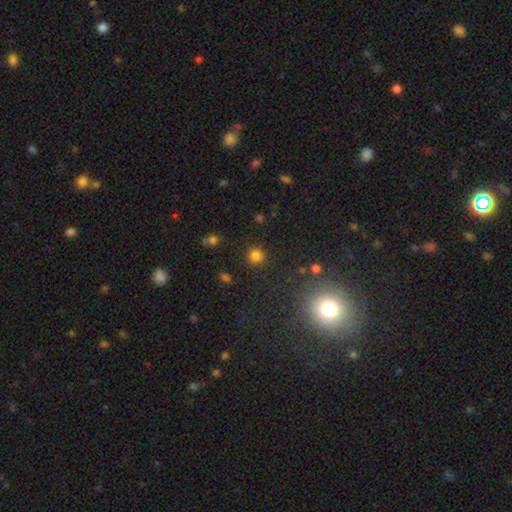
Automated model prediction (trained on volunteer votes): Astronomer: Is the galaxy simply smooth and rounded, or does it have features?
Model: smooth — 80%.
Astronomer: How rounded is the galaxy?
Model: round — 93%.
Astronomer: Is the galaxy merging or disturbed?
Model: none — 89%.